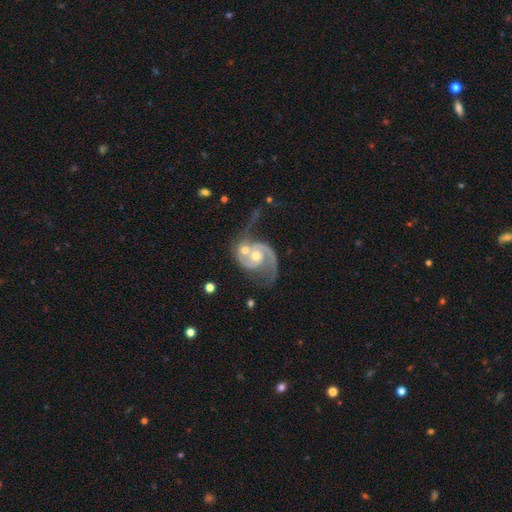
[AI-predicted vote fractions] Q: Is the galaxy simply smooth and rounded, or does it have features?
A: featured or disk — 89%.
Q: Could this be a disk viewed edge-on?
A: no — 98%.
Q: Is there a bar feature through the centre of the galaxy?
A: no — 68%.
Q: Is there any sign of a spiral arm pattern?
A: yes — 97%.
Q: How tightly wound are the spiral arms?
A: medium — 51%.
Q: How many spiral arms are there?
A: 2 — 85%.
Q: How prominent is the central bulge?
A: moderate — 61%.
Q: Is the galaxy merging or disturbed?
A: merger — 42%.